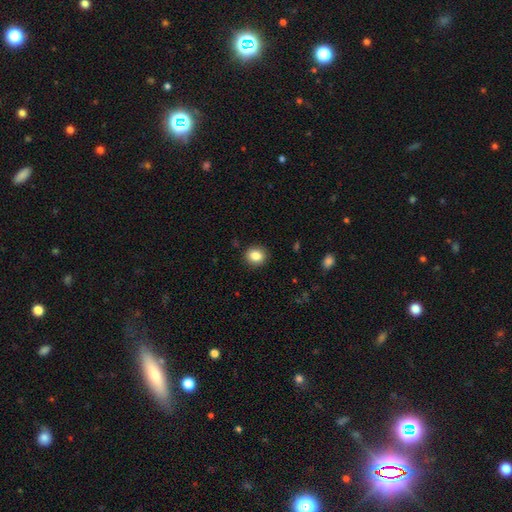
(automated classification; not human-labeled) The model was most divided on "how rounded": round: 82%, in between: 17%, cigar-shaped: 1%. More confident: merging — none (91%); smooth or featured — smooth (84%).